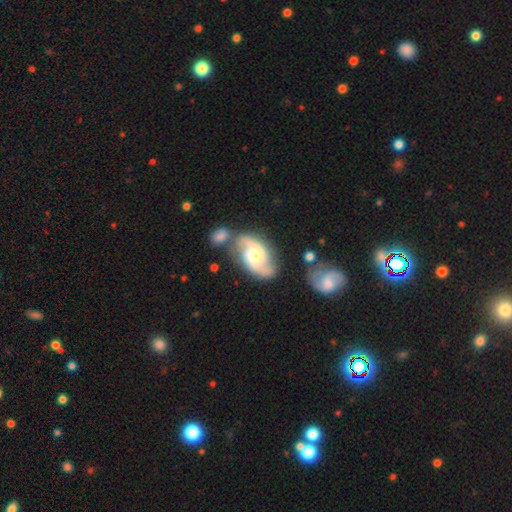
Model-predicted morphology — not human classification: Smooth or featured?
  - featured or disk: 85% *
  - smooth: 10%
  - star or artifact: 5%
Edge-on disk?
  - no: 97% *
  - yes: 3%
Bar?
  - no: 44% * (tied)
  - weak: 44% * (tied)
  - strong: 12%
Spiral arms?
  - yes: 96% *
  - no: 4%
Spiral winding?
  - medium: 51% *
  - loose: 35%
  - tight: 15%
Spiral arm count?
  - 2: 91% *
  - can't tell: 3%
  - 3: 2%
  - 1: 1%
  - 4: 1%
  - more than 4: 1%
Bulge size?
  - moderate: 56% *
  - small: 35%
  - large: 6%
  - none: 2%
  - dominant: 1%
Merging?
  - none: 56% *
  - merger: 22%
  - minor disturbance: 16%
  - major disturbance: 6%